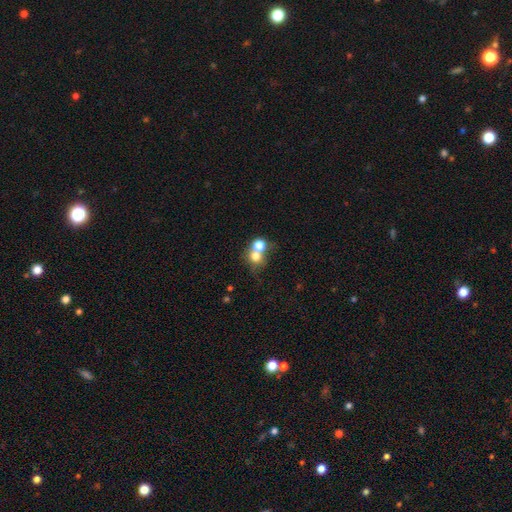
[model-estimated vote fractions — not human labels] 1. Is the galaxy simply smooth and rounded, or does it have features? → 71% smooth, 15% featured or disk, 13% star or artifact.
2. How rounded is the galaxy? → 78% round, 21% in between, 1% cigar-shaped.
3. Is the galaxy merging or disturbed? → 55% merger, 34% none, 7% minor disturbance, 5% major disturbance.